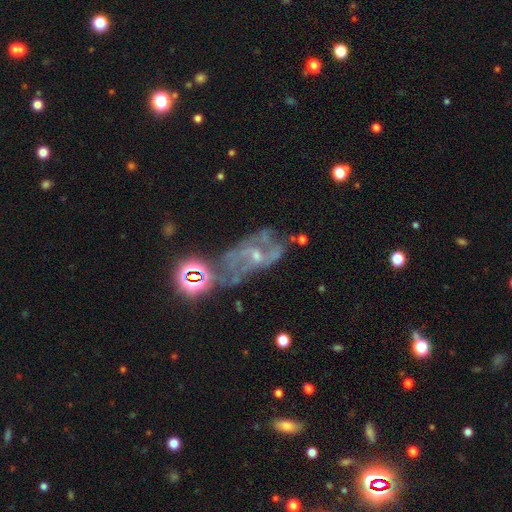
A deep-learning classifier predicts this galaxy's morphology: type=featured or disk (68%); edge-on=no (94%); bar=no (57%); spiral arms=yes (66%); bulge=small (64%); merging=none (38%).